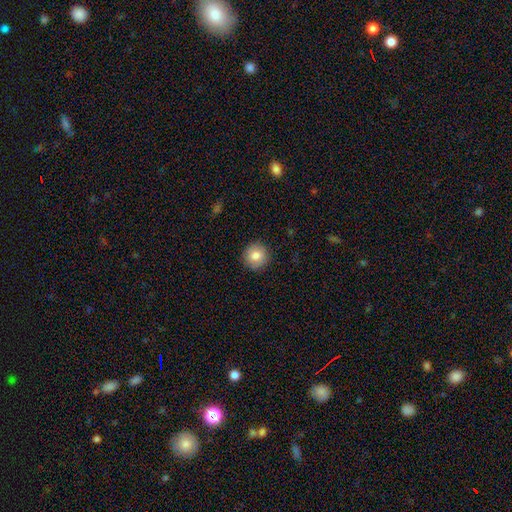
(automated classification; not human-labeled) Smooth or featured?
  - smooth: 82% *
  - featured or disk: 10%
  - star or artifact: 8%
How rounded?
  - round: 94% *
  - in between: 5%
  - cigar-shaped: 1%
Merging?
  - none: 91% *
  - minor disturbance: 7%
  - major disturbance: 2%
  - merger: 1%